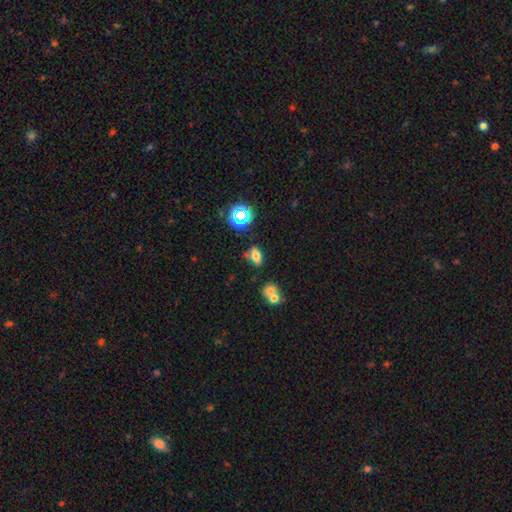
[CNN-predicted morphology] This appears to be a smooth galaxy with no disk features (67%) that is in between round and cigar-shaped (79%). Merging: none (68%).